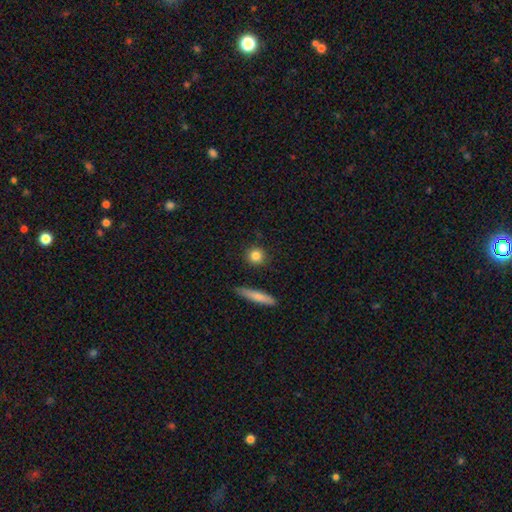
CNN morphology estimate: Overall: smooth (83%). How rounded: round (84%). Merging: none (87%).